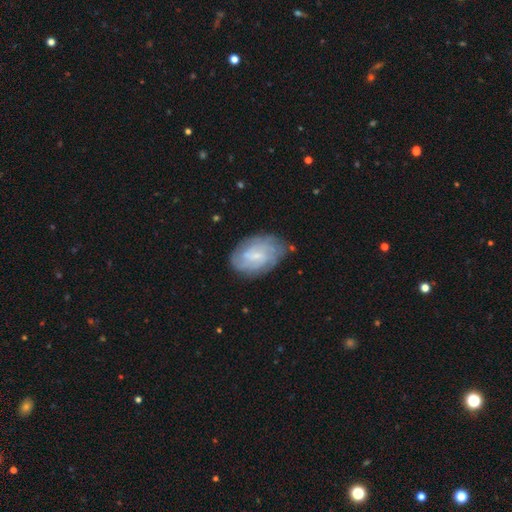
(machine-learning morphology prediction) Overall: featured or disk (68%). Edge-on disk: no (97%). Bar: weak (50%; no 40%). Spiral arms: yes (88%). Spiral arm count: can't tell (49%; 2 15%). Spiral winding: tight (61%; medium 29%). Bulge size: small (71%). Merging: none (73%).